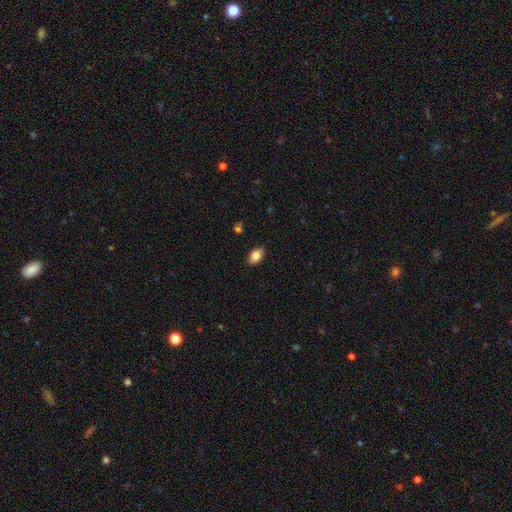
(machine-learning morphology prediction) smooth_or_featured: smooth (p=0.85) [alt: star or artifact p=0.08]
how_rounded: in between (p=0.88) [alt: round p=0.11]
merging: none (p=0.87) [alt: minor disturbance p=0.09]